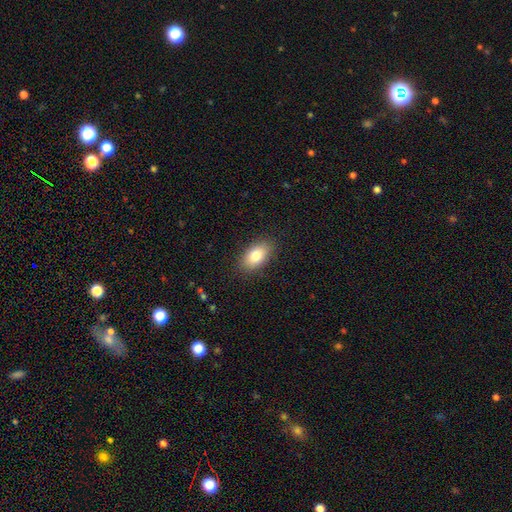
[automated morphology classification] A smooth galaxy with no disk features (82%) that is in between round and cigar-shaped (92%). Merging: none (87%).